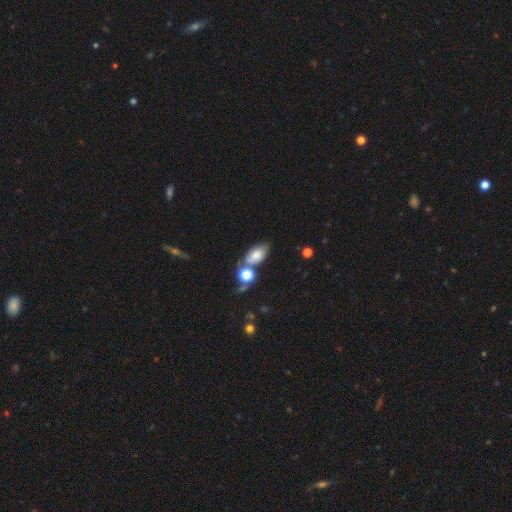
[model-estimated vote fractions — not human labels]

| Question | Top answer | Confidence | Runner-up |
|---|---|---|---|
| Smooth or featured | smooth | 70% | featured or disk (19%) |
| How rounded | in between | 89% | round (8%) |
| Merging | none | 51% | merger (24%) |